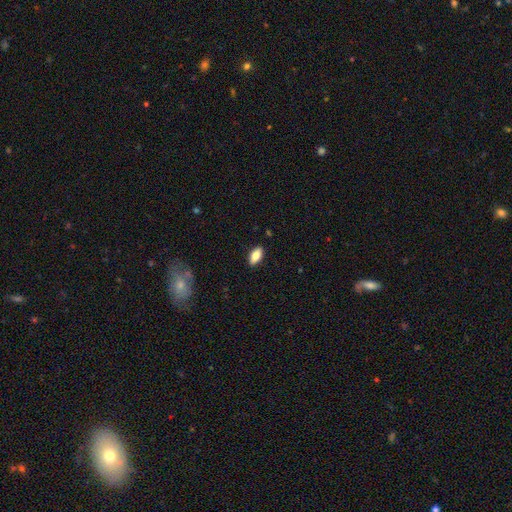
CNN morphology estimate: type=smooth (77%); roundness=in between (88%); merging=none (89%).